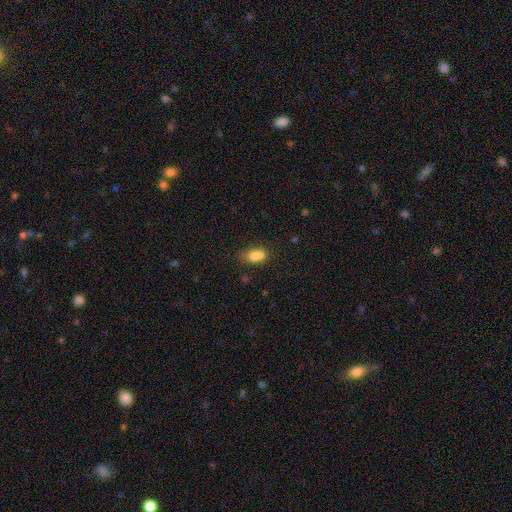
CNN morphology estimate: smooth_or_featured: smooth (p=0.75) [alt: featured or disk p=0.15]
how_rounded: in between (p=0.77) [alt: round p=0.18]
merging: none (p=0.39) [alt: merger p=0.34]